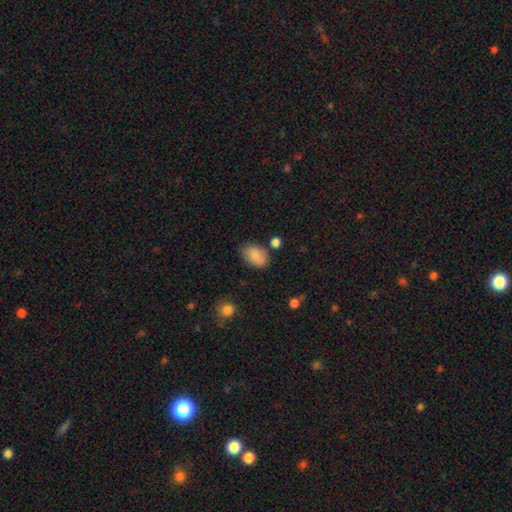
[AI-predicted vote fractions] smooth-or-featured: smooth: 85% | star or artifact: 8% | featured or disk: 7%
  how-rounded: in between: 86% | round: 13% | cigar-shaped: 1%
  merging: none: 73% | minor disturbance: 17% | merger: 5% | major disturbance: 4%